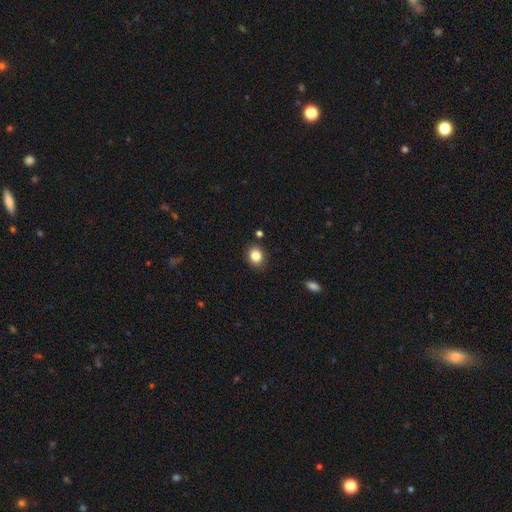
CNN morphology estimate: type=smooth (84%); roundness=round (59%); merging=none (86%).